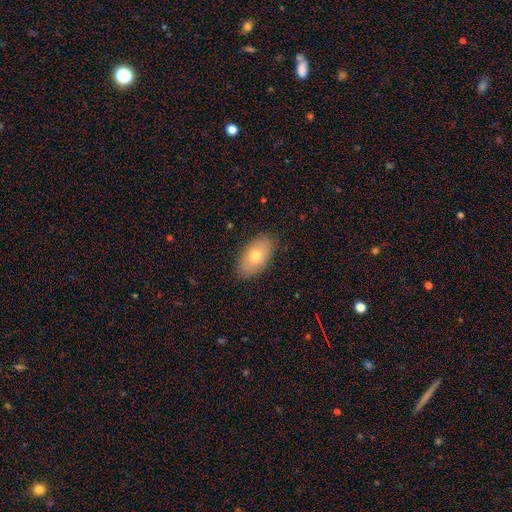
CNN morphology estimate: Smooth or featured?
  - smooth: 73% *
  - featured or disk: 20%
  - star or artifact: 7%
How rounded?
  - in between: 93% *
  - round: 5%
  - cigar-shaped: 2%
Merging?
  - none: 86% *
  - minor disturbance: 11%
  - major disturbance: 2%
  - merger: 1%